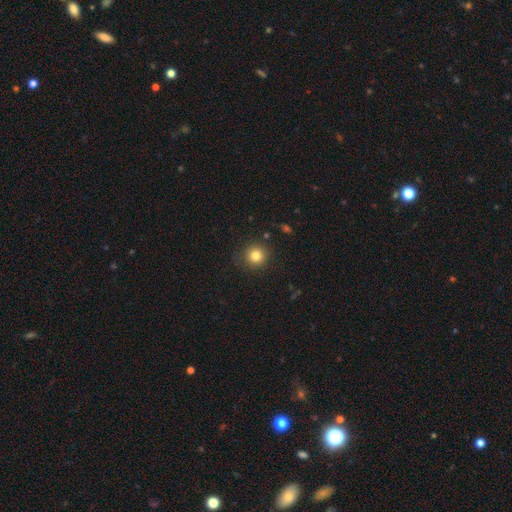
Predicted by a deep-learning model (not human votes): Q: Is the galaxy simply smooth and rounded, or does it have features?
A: smooth — 81%.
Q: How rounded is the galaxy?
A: round — 93%.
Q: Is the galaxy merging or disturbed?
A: none — 88%.